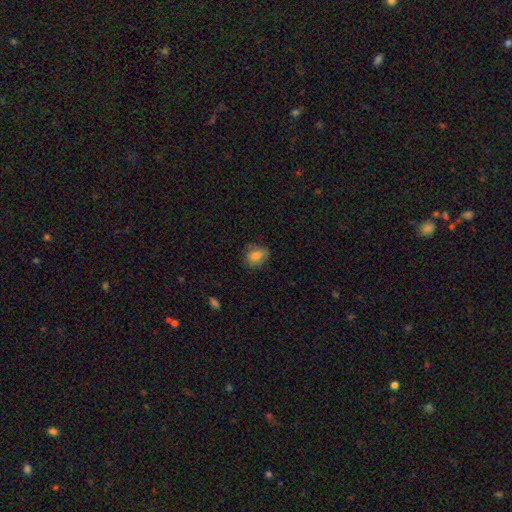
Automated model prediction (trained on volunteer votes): Smooth or featured? Predicted: smooth (p=0.77). How rounded? Predicted: in between (p=0.50). Merging? Predicted: none (p=0.72).